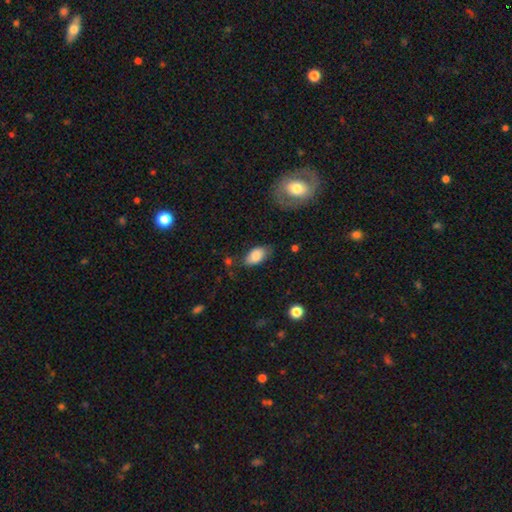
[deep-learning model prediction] Smooth or featured? Predicted: smooth (p=0.82). How rounded? Predicted: in between (p=0.93). Merging? Predicted: none (p=0.70).